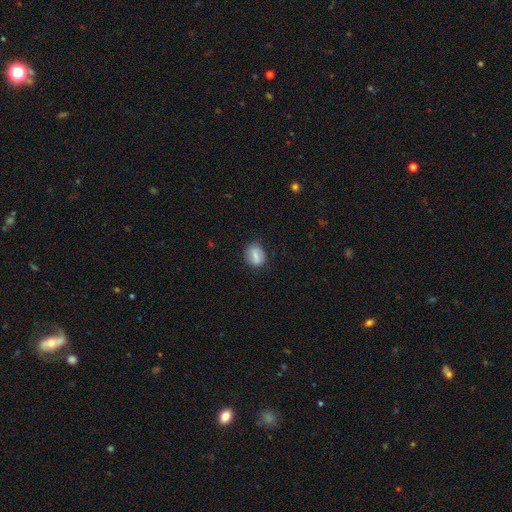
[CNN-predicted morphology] This appears to be a smooth galaxy with no disk features (63%) that is round (51%). Merging: none (81%).